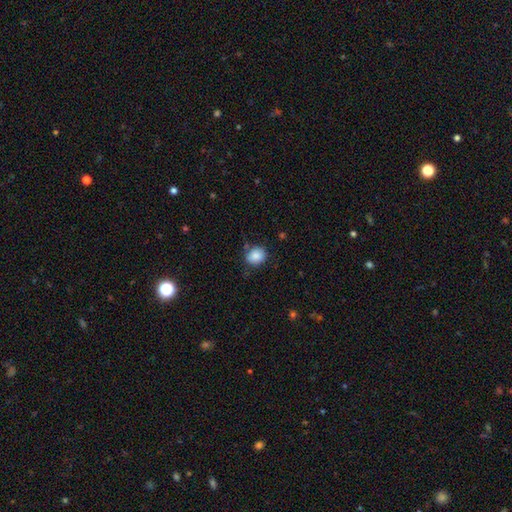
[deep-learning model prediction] Smooth or featured? smooth (86%)
How rounded? round (64%)
Merging? none (76%)